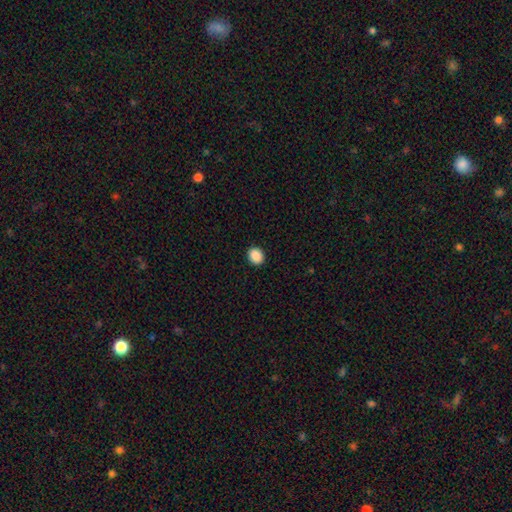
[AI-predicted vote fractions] The model was most divided on "how rounded": round: 60%, in between: 39%, cigar-shaped: 1%. More confident: merging — none (92%); smooth or featured — smooth (89%).